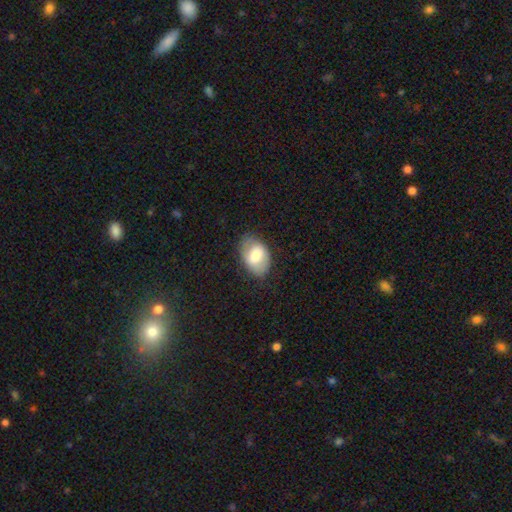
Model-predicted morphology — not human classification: smooth_or_featured: smooth (p=0.69) [alt: featured or disk p=0.24]
how_rounded: in between (p=0.88) [alt: round p=0.11]
merging: none (p=0.73) [alt: minor disturbance p=0.20]